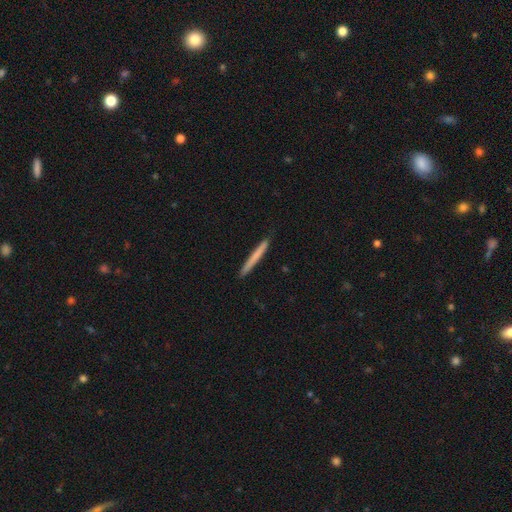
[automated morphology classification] A smooth galaxy with no disk features (68%) that is cigar-shaped (97%).

Vote fractions:
- Smooth or featured? smooth: 68% / featured or disk: 26% / star or artifact: 5%
- How rounded? cigar-shaped: 97% / in between: 2% / round: 1%
- Merging? none: 92% / minor disturbance: 6% / major disturbance: 1% / merger: 1%